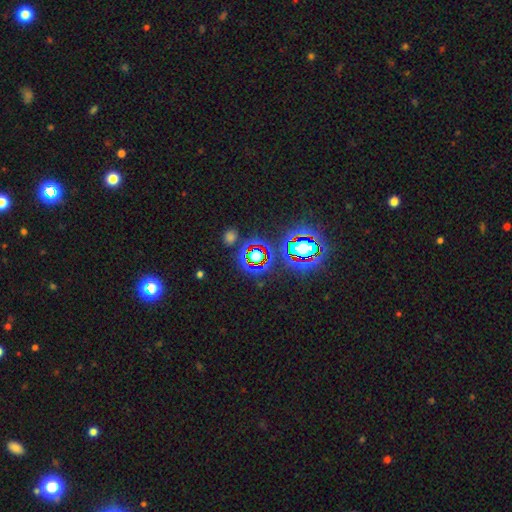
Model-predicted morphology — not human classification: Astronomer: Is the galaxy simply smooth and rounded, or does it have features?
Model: star or artifact — 65%.